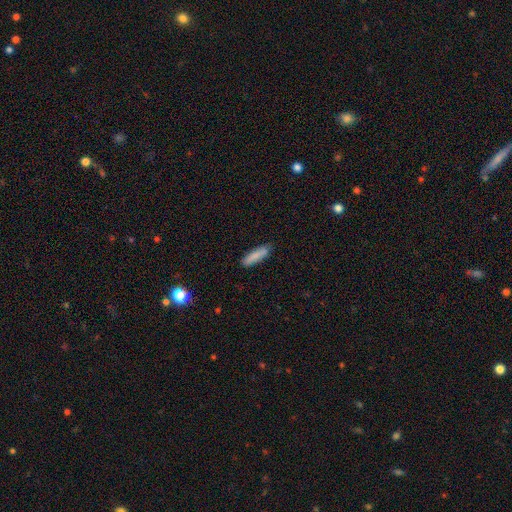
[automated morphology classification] Smooth or featured: smooth — 85% (featured or disk — 8%)
How rounded: cigar-shaped — 72% (in between — 27%)
Merging: none — 83% (minor disturbance — 13%)